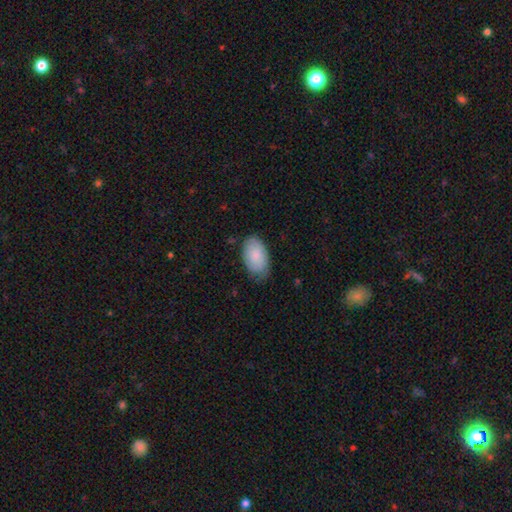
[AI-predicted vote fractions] Smooth or featured?
  - smooth: 85% *
  - featured or disk: 10%
  - star or artifact: 6%
How rounded?
  - in between: 94% *
  - round: 4%
  - cigar-shaped: 1%
Merging?
  - none: 69% *
  - minor disturbance: 25%
  - major disturbance: 4%
  - merger: 1%